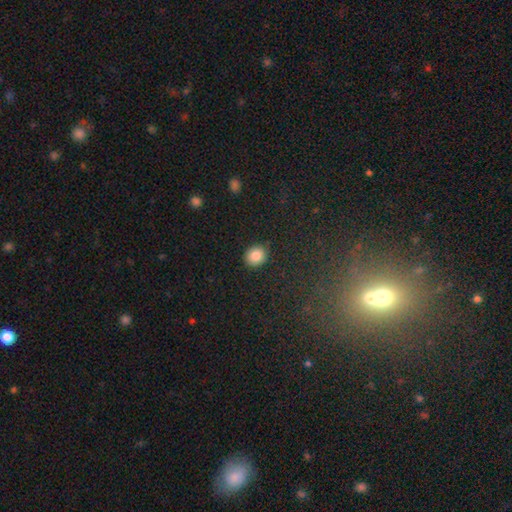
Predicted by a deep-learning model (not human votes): Q: Smooth or featured?
A: smooth (85%); runner-up: star or artifact (9%)
Q: How rounded?
A: round (73%); runner-up: in between (26%)
Q: Merging?
A: none (90%); runner-up: minor disturbance (7%)